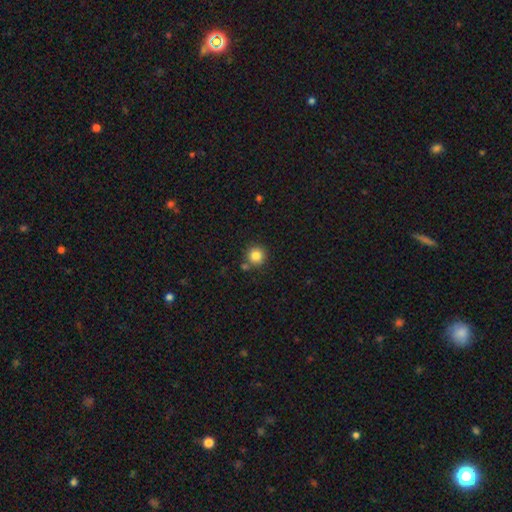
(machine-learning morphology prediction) Smooth or featured? smooth (83%)
How rounded? round (94%)
Merging? none (78%)